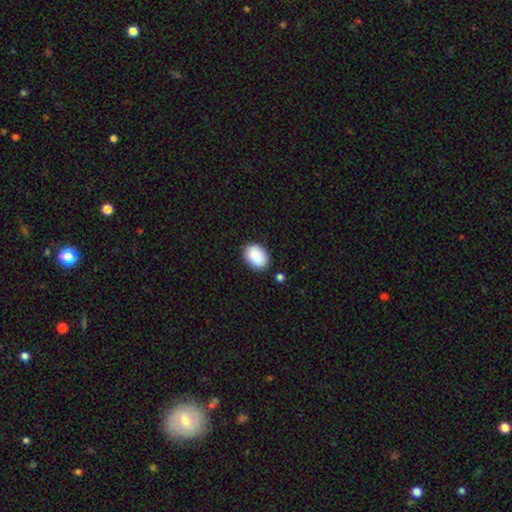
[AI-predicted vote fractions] The model was most divided on "how rounded": in between: 80%, round: 19%, cigar-shaped: 1%. More confident: smooth or featured — smooth (89%); merging — none (82%).